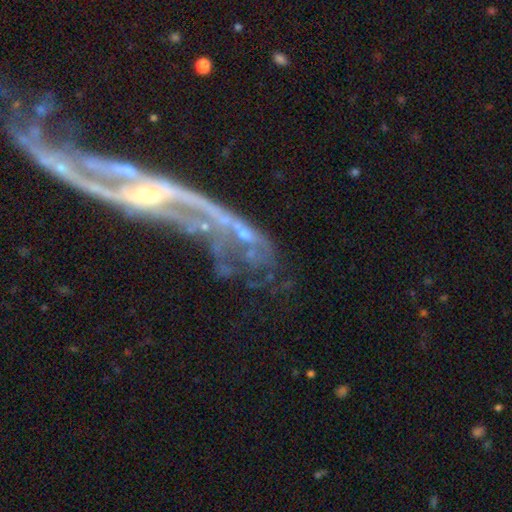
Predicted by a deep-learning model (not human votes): featured or disk 72%, smooth 15%, star or artifact 13%. Down the decision tree: edge-on disk — no (82%); bar — no (59%); spiral arms — no (51%); bulge size — small (42%); merging — major disturbance (40%).